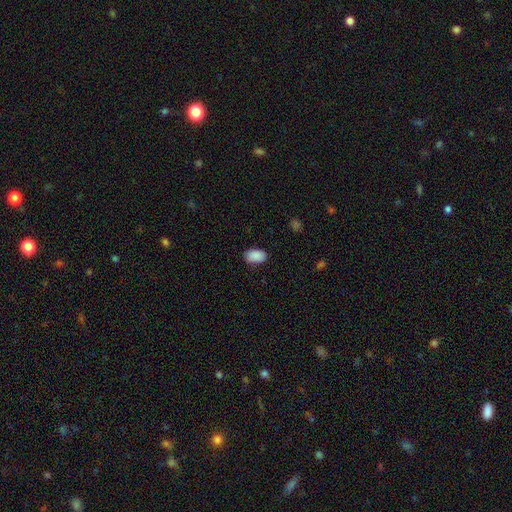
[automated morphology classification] Smooth or featured?
  - smooth: 90% *
  - star or artifact: 7%
  - featured or disk: 3%
How rounded?
  - in between: 92% *
  - round: 7%
  - cigar-shaped: 1%
Merging?
  - none: 85% *
  - minor disturbance: 12%
  - major disturbance: 3%
  - merger: 1%